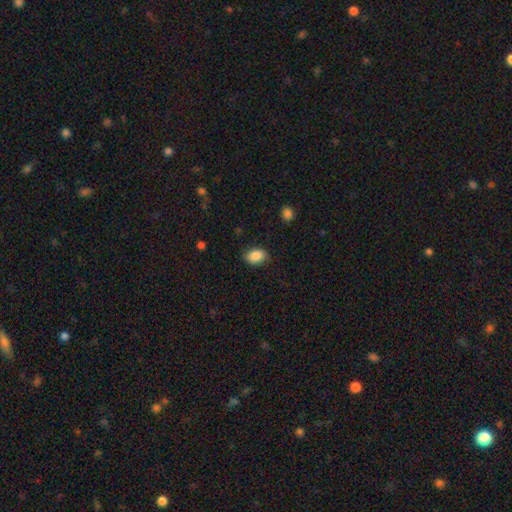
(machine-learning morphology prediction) Q: Smooth or featured?
A: smooth (88%); runner-up: star or artifact (8%)
Q: How rounded?
A: in between (81%); runner-up: round (18%)
Q: Merging?
A: none (83%); runner-up: minor disturbance (12%)